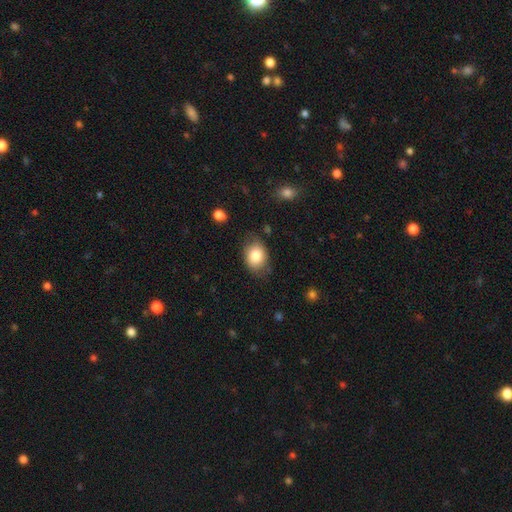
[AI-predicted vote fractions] Smooth or featured?
  - smooth: 83% *
  - featured or disk: 9%
  - star or artifact: 8%
How rounded?
  - in between: 64% *
  - round: 35%
  - cigar-shaped: 1%
Merging?
  - none: 72% *
  - minor disturbance: 21%
  - major disturbance: 5%
  - merger: 2%